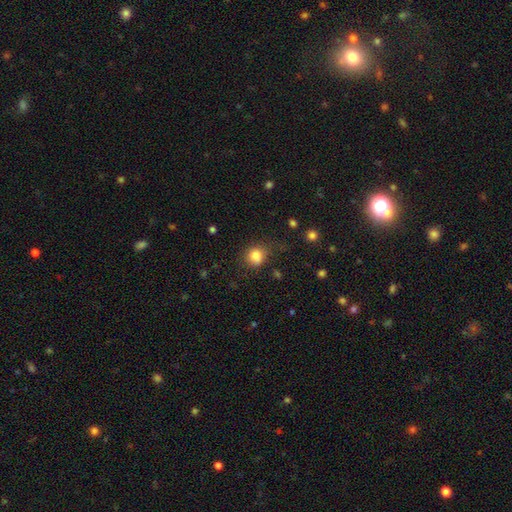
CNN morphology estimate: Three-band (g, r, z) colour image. It shows a smooth galaxy with no disk features (81%) that is round (78%). Merging: none (70%).